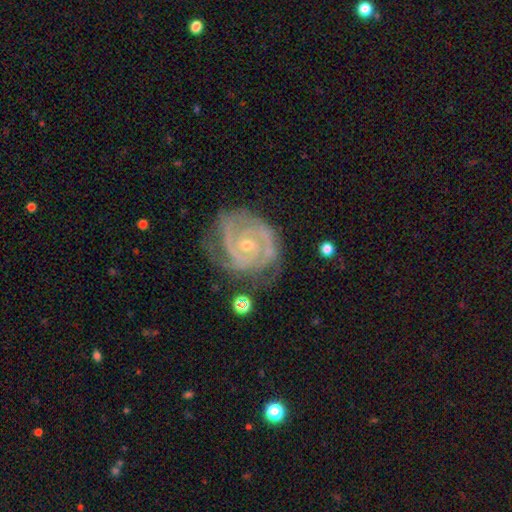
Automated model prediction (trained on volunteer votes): The model was most divided on "spiral arm count": 2: 41%, can't tell: 22%, 3: 22%, 4: 5%, 1: 5%, more than 4: 4%. More confident: edge-on disk — no (97%); spiral arms — yes (94%); smooth or featured — featured or disk (85%); spiral winding — tight (68%); bar — no (66%); merging — none (65%); bulge size — small (62%).